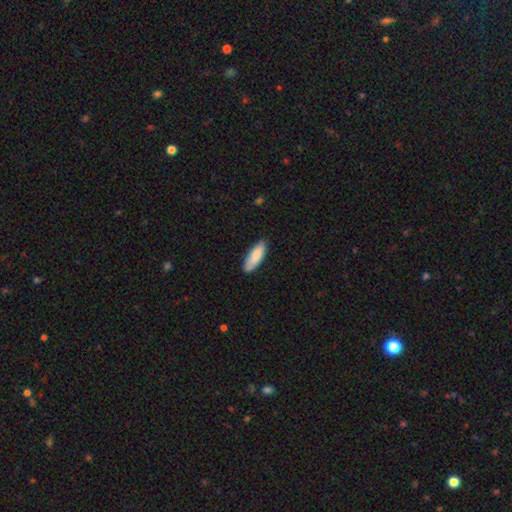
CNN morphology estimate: Q: Smooth or featured?
A: smooth (84%); runner-up: featured or disk (10%)
Q: How rounded?
A: in between (62%); runner-up: cigar-shaped (37%)
Q: Merging?
A: none (80%); runner-up: minor disturbance (16%)